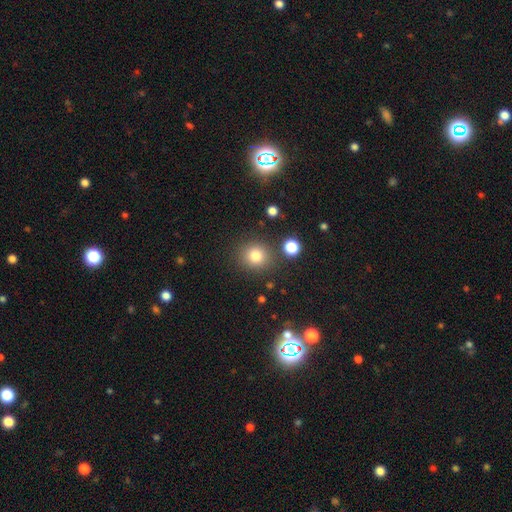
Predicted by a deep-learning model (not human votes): This appears to be a smooth galaxy with no disk features (80%) that is round (86%). Merging: none (83%).